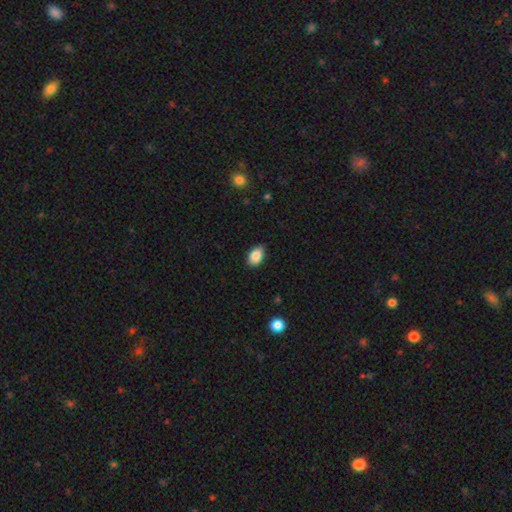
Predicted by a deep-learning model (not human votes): A smooth galaxy with no disk features (86%) that is in between round and cigar-shaped (85%).

Vote fractions:
- Smooth or featured? smooth: 86% / star or artifact: 8% / featured or disk: 6%
- How rounded? in between: 85% / round: 13% / cigar-shaped: 1%
- Merging? none: 80% / minor disturbance: 16% / major disturbance: 2% / merger: 1%